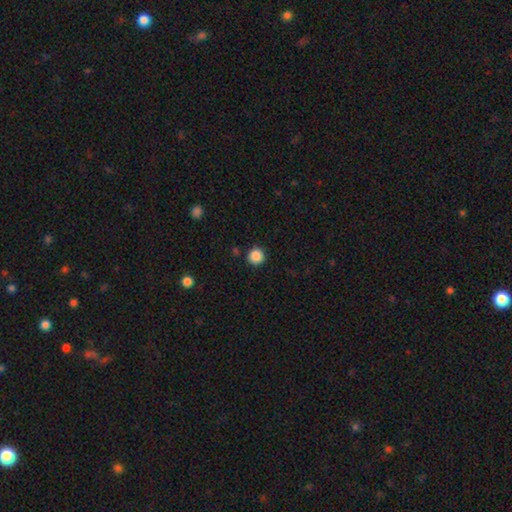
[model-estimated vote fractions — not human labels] Smooth or featured? smooth (87%)
How rounded? round (95%)
Merging? none (90%)